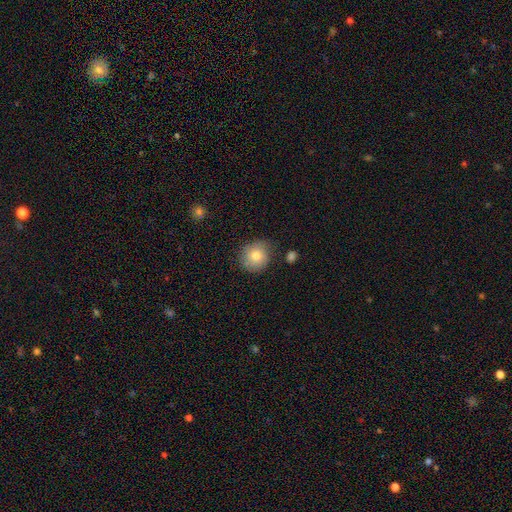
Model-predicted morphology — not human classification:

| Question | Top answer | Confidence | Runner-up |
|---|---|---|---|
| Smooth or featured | smooth | 78% | featured or disk (13%) |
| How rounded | round | 87% | in between (12%) |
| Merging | none | 76% | minor disturbance (17%) |